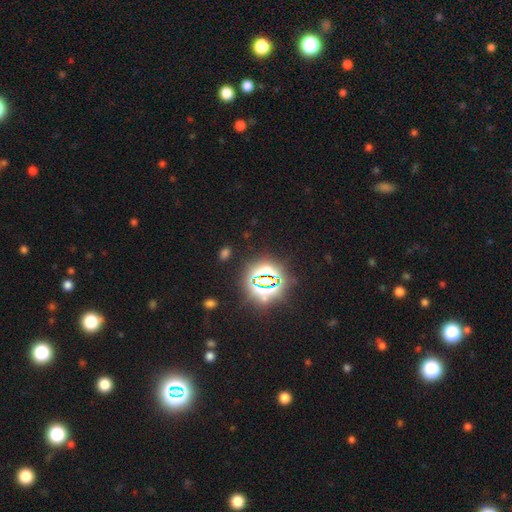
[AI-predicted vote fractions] The model was most divided on "smooth or featured": star or artifact: 82%, smooth: 12%, featured or disk: 6%.